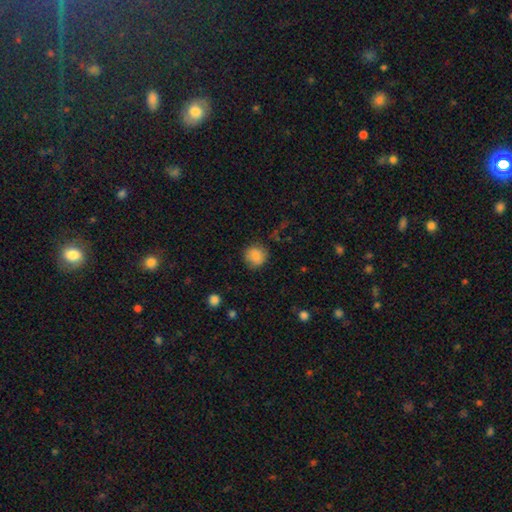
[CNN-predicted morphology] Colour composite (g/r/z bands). It shows a smooth galaxy with no disk features (83%) that is round (88%). Merging: none (82%).